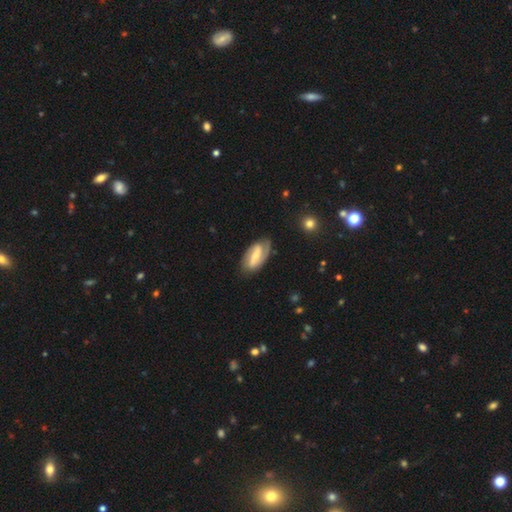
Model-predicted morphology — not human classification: A featured or disk galaxy (74%) with a strong bar (49%), 2 (80%) medium (42%) spiral arms (89%) and a small central bulge (53%).

Vote fractions:
- Smooth or featured? featured or disk: 74% / smooth: 20% / star or artifact: 5%
- Edge-on disk? no: 93% / yes: 7%
- Bar? strong: 49% / weak: 36% / no: 16%
- Spiral arms? yes: 89% / no: 11%
- Spiral winding? medium: 42% / tight: 32% / loose: 26%
- Spiral arm count? 2: 80% / 1: 9% / can't tell: 8% / 3: 1% / 4: 1% / more than 4: 1%
- Bulge size? small: 53% / moderate: 39% / none: 4% / large: 3% / dominant: 1%
- Merging? none: 77% / minor disturbance: 16% / major disturbance: 5% / merger: 2%